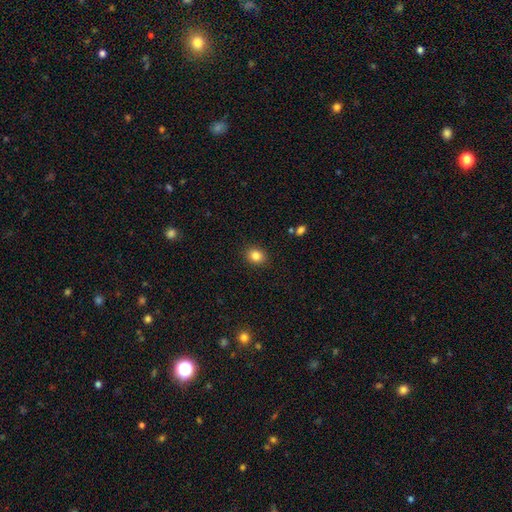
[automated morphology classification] This appears to be a smooth galaxy with no disk features (85%) that is round (58%). Merging: none (89%).